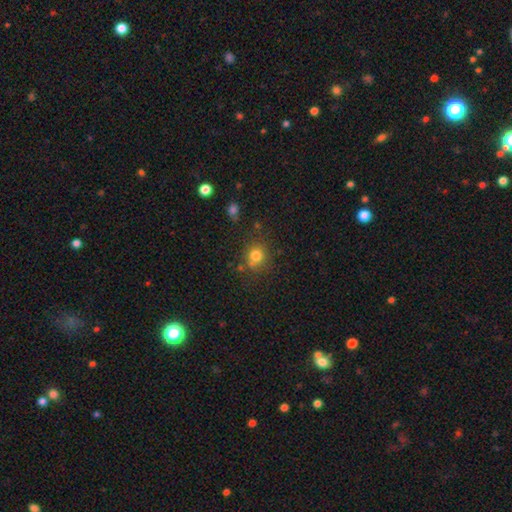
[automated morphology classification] A smooth galaxy with no disk features (79%) that is round (85%).

Vote fractions:
- Smooth or featured? smooth: 79% / star or artifact: 14% / featured or disk: 8%
- How rounded? round: 85% / in between: 14% / cigar-shaped: 1%
- Merging? none: 73% / minor disturbance: 13% / merger: 9% / major disturbance: 4%